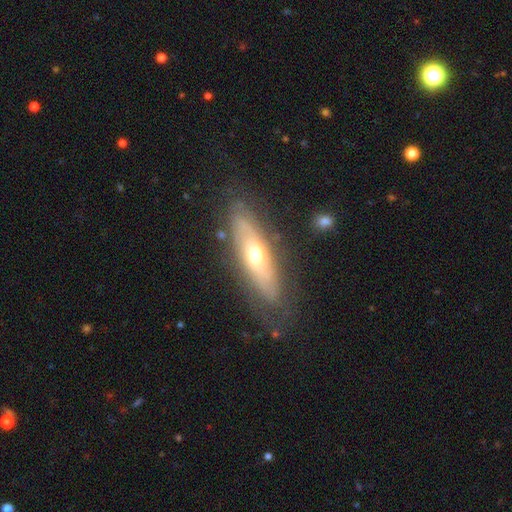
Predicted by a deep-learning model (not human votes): smooth-or-featured: featured or disk: 63% | smooth: 31% | star or artifact: 6%
  disk-edge-on: no: 61% | yes: 39%
  merging: none: 75% | minor disturbance: 17% | major disturbance: 6% | merger: 2%